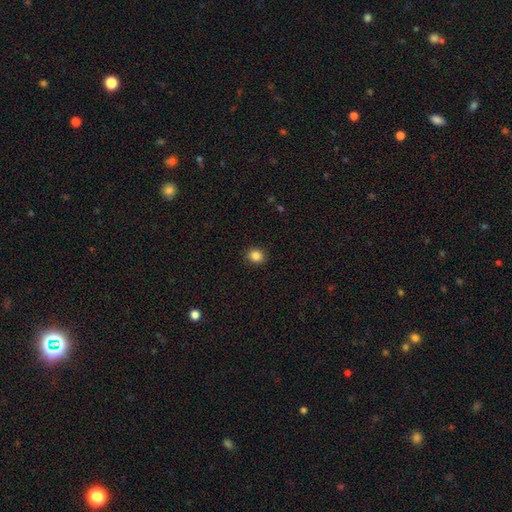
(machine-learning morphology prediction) smooth_or_featured: smooth (p=0.86) [alt: star or artifact p=0.10]
how_rounded: round (p=0.70) [alt: in between p=0.29]
merging: none (p=0.90) [alt: minor disturbance p=0.07]